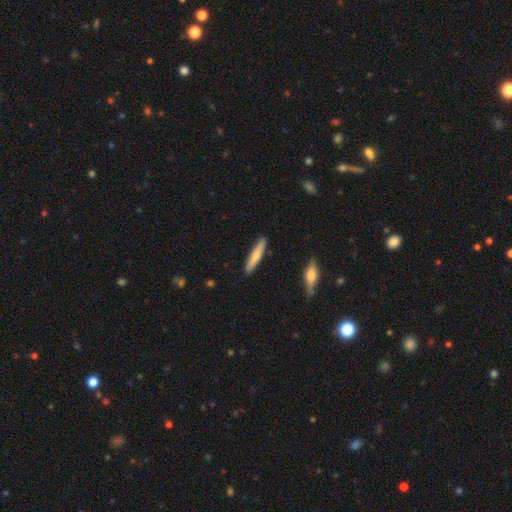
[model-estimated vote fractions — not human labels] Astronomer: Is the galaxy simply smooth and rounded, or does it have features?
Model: smooth — 62%.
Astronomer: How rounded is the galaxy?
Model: cigar-shaped — 89%.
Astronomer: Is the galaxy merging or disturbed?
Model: none — 89%.